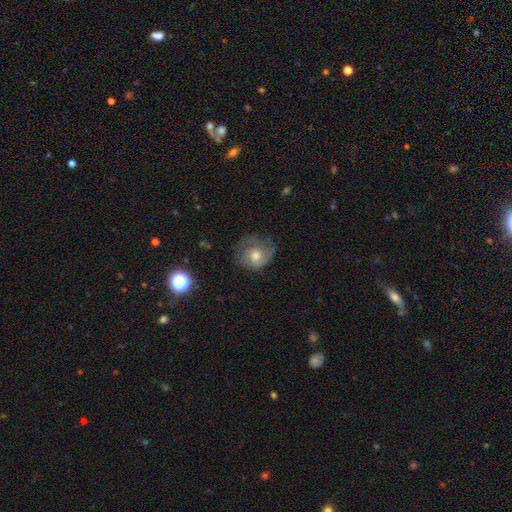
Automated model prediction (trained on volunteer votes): smooth_or_featured: featured or disk (p=0.56) [alt: smooth p=0.34]
disk_edge_on: no (p=0.97) [alt: yes p=0.03]
bar: no (p=0.75) [alt: weak p=0.21]
has_spiral_arms: yes (p=0.83) [alt: no p=0.17]
bulge_size: moderate (p=0.70) [alt: large p=0.15]
merging: none (p=0.65) [alt: minor disturbance p=0.22]